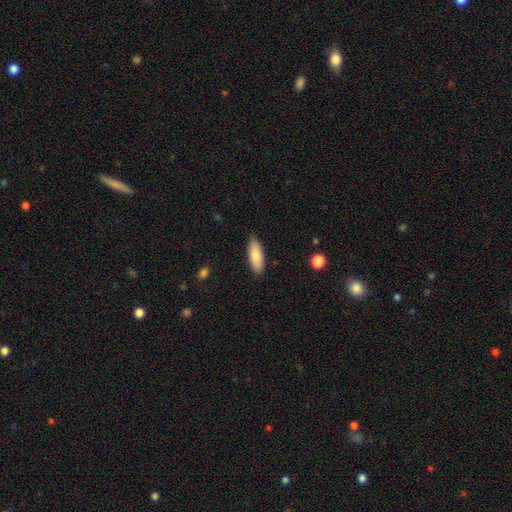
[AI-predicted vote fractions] Smooth or featured? smooth (83%)
How rounded? in between (66%)
Merging? none (85%)